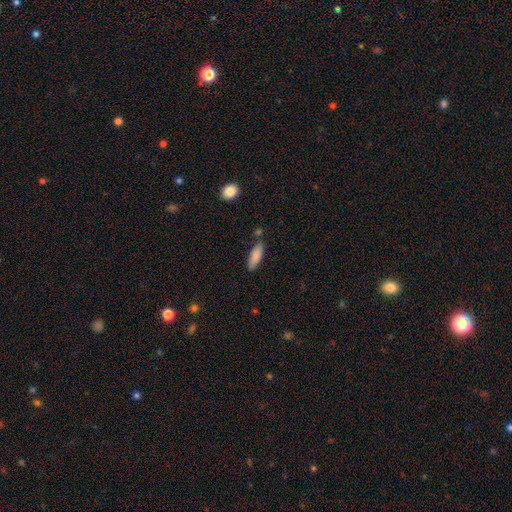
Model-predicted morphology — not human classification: Smooth or featured?
  - smooth: 84% *
  - featured or disk: 10%
  - star or artifact: 7%
How rounded?
  - cigar-shaped: 53% *
  - in between: 45%
  - round: 2%
Merging?
  - none: 75% *
  - minor disturbance: 15%
  - merger: 7%
  - major disturbance: 3%